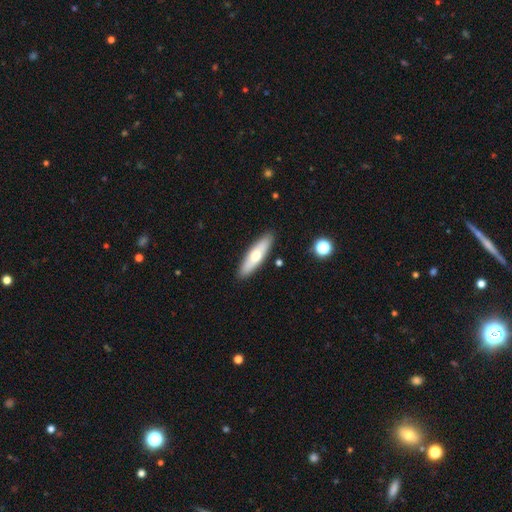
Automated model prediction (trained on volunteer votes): smooth-or-featured: smooth: 57% | featured or disk: 37% | star or artifact: 6%
  how-rounded: cigar-shaped: 62% | in between: 36% | round: 2%
  merging: none: 89% | minor disturbance: 8% | major disturbance: 2% | merger: 2%